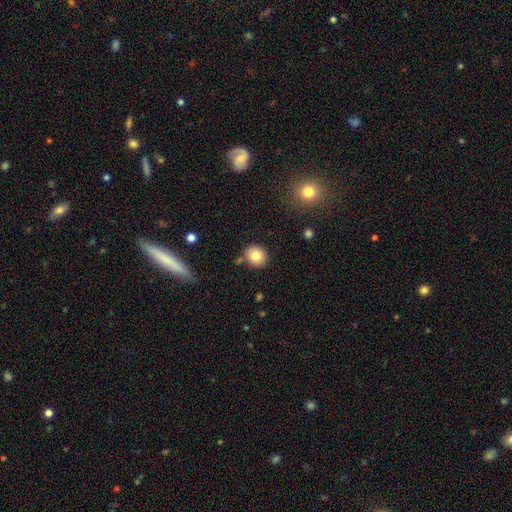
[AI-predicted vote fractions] smooth 81%, star or artifact 10%, featured or disk 10%. Down the decision tree: how rounded — round (82%); merging — none (81%).